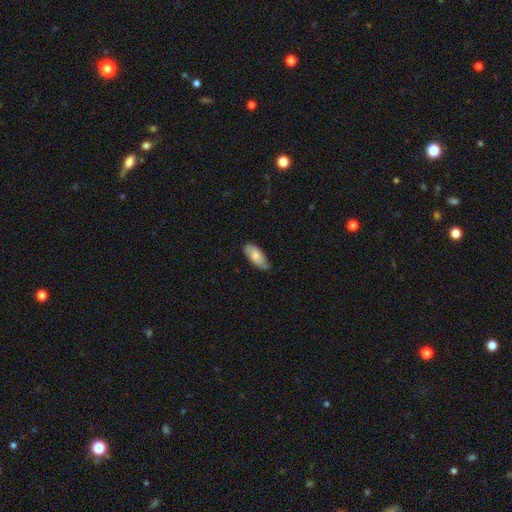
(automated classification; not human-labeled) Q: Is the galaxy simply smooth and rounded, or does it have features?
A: smooth — 75%.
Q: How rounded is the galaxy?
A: in between — 87%.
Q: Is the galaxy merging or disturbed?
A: none — 74%.